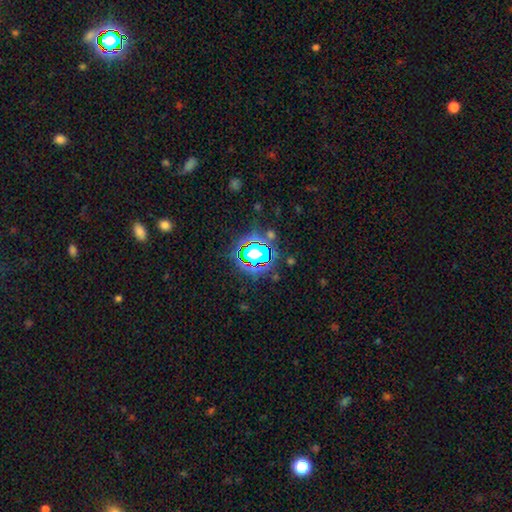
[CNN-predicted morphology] This appears to be a star or artifact, not a galaxy (79%).